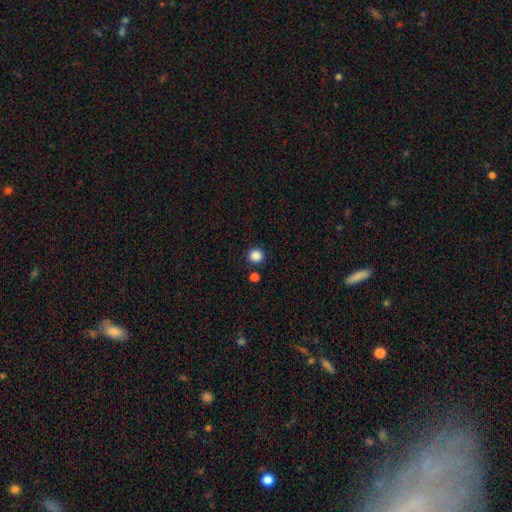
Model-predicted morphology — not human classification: type=smooth (86%); roundness=round (92%); merging=none (86%).